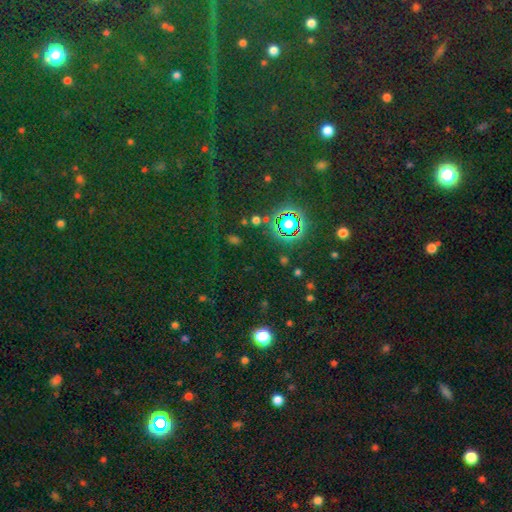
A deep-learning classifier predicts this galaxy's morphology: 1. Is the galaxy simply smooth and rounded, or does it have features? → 80% star or artifact, 13% smooth, 7% featured or disk.